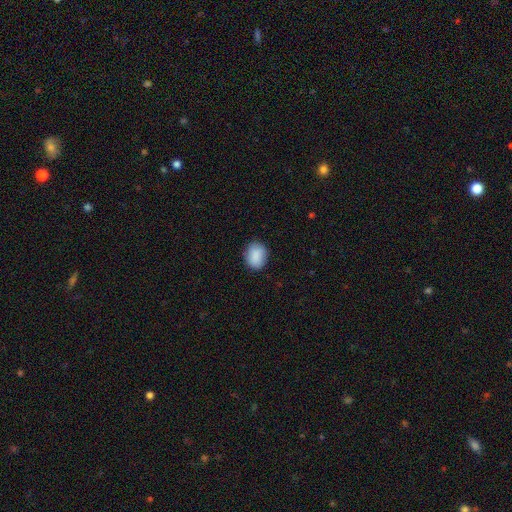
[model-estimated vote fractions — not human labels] This appears to be a smooth galaxy with no disk features (88%) that is round (52%). Merging: none (84%).